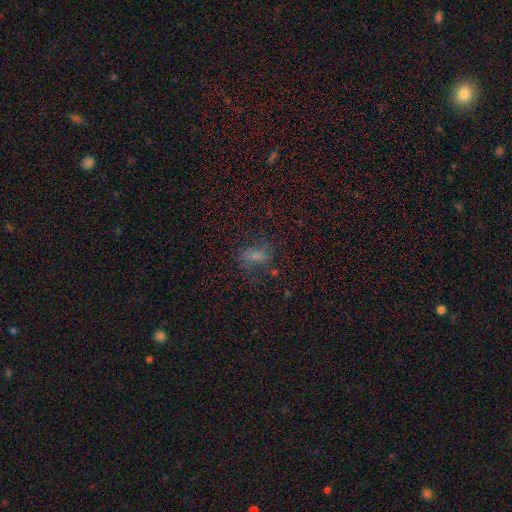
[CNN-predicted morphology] Smooth or featured? smooth (53%)
How rounded? in between (75%)
Merging? none (57%)